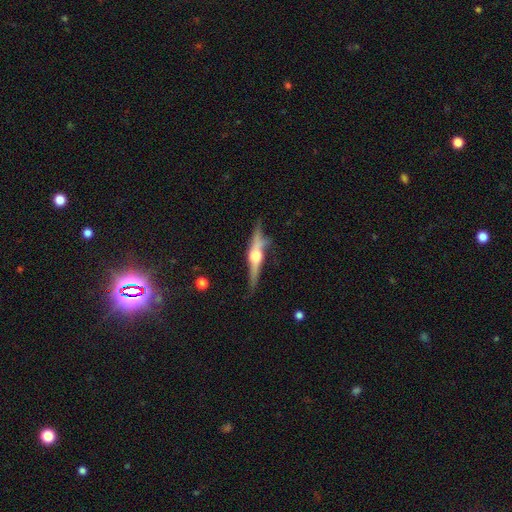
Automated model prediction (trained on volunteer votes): Smooth or featured? featured or disk (74%)
Edge-on disk? yes (93%)
Edge-on bulge? rounded (91%)
Merging? none (65%)